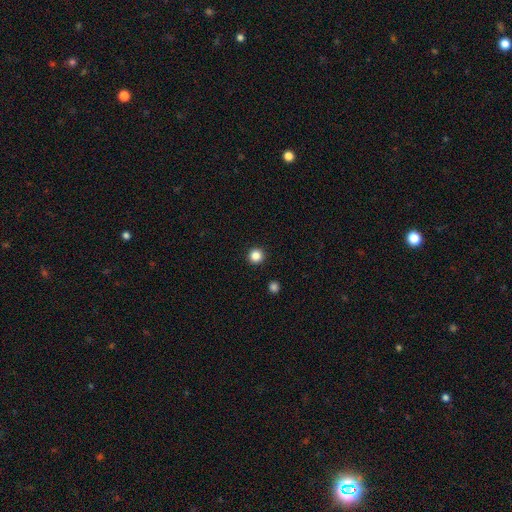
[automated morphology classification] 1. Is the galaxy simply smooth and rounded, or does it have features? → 85% smooth, 11% star or artifact, 3% featured or disk.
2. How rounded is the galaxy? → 96% round, 3% in between, 1% cigar-shaped.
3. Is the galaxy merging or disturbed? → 93% none, 4% minor disturbance, 1% major disturbance, 1% merger.